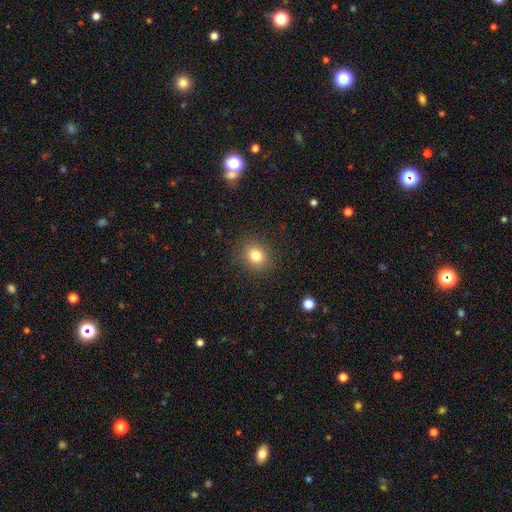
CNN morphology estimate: type=smooth (81%); roundness=round (70%); merging=none (87%).